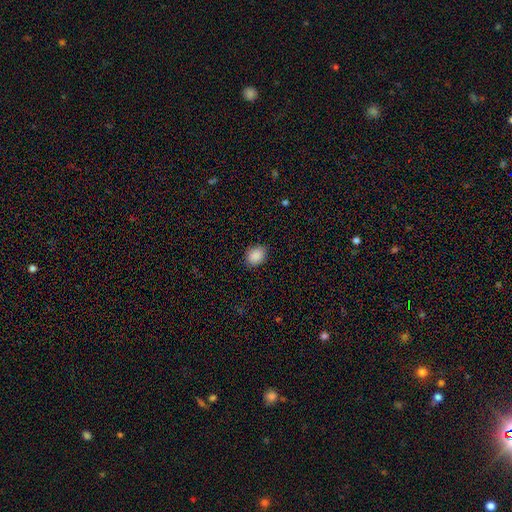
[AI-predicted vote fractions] Smooth or featured? Predicted: smooth (p=0.89). How rounded? Predicted: in between (p=0.57). Merging? Predicted: none (p=0.86).